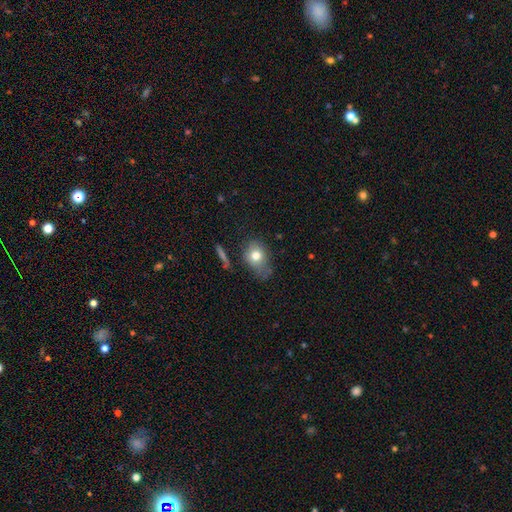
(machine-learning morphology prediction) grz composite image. It shows a smooth galaxy with no disk features (75%) that is in between round and cigar-shaped (62%). Merging: none (51%).